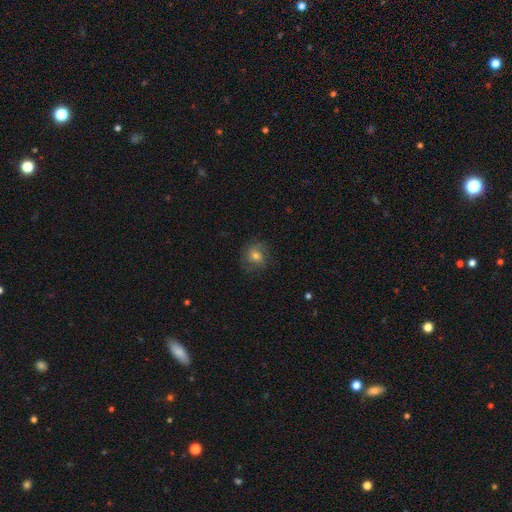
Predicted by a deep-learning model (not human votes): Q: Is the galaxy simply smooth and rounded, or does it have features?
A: smooth — 62%.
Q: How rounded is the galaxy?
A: round — 75%.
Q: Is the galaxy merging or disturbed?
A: none — 74%.